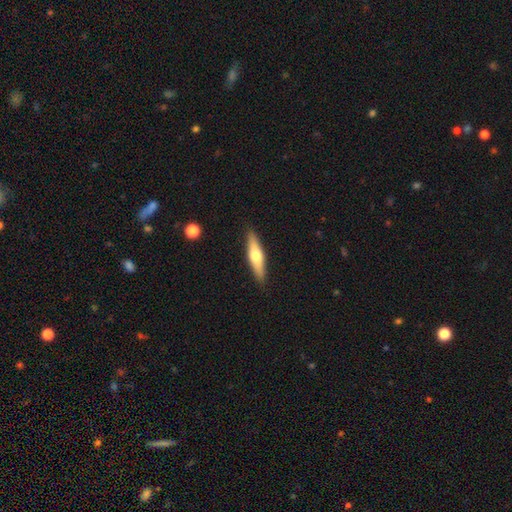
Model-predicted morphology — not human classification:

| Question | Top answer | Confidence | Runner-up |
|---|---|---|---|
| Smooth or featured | smooth | 51% | featured or disk (44%) |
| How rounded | cigar-shaped | 75% | in between (23%) |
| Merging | none | 89% | minor disturbance (8%) |